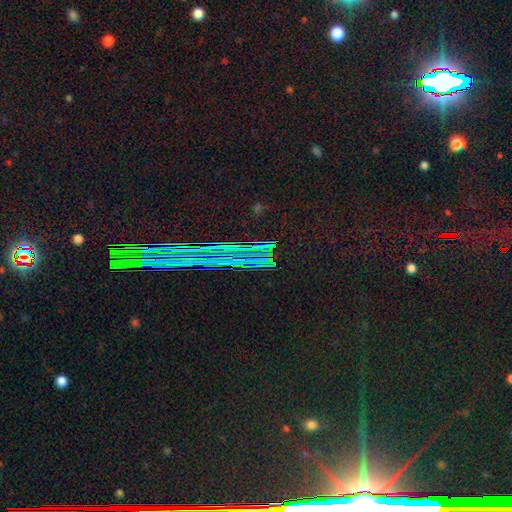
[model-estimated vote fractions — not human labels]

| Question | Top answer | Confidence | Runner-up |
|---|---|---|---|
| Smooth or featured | star or artifact | 85% | featured or disk (8%) |